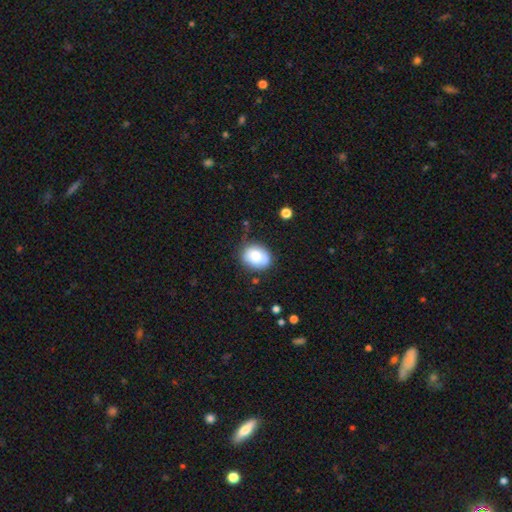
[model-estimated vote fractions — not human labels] This appears to be a smooth galaxy with no disk features (76%) that is in between round and cigar-shaped (50%). Merging: none (64%).